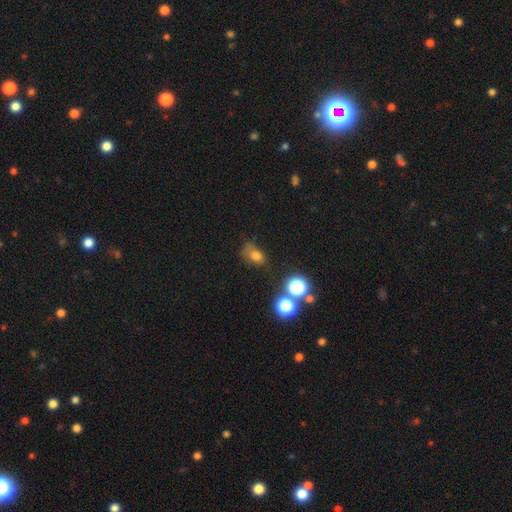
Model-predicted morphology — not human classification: type=smooth (71%); roundness=in between (71%); merging=none (51%).